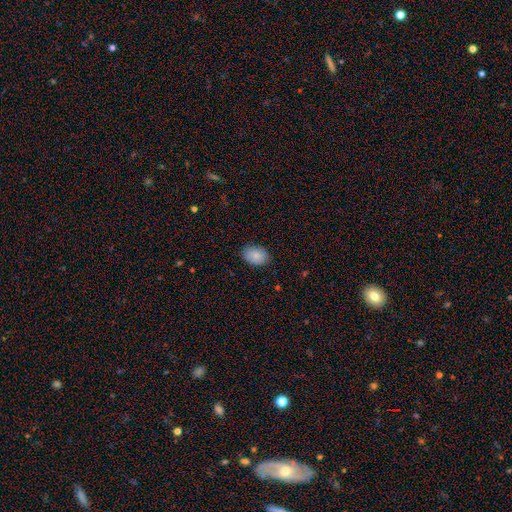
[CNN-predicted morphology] A smooth galaxy with no disk features (85%) that is in between round and cigar-shaped (82%).

Vote fractions:
- Smooth or featured? smooth: 85% / featured or disk: 7% / star or artifact: 7%
- How rounded? in between: 82% / round: 17% / cigar-shaped: 1%
- Merging? none: 85% / minor disturbance: 12% / major disturbance: 2% / merger: 1%